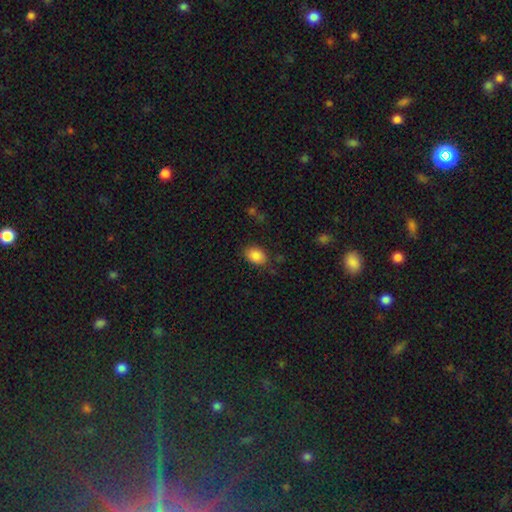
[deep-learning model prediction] This appears to be a smooth galaxy with no disk features (87%) that is in between round and cigar-shaped (82%). Merging: none (79%).